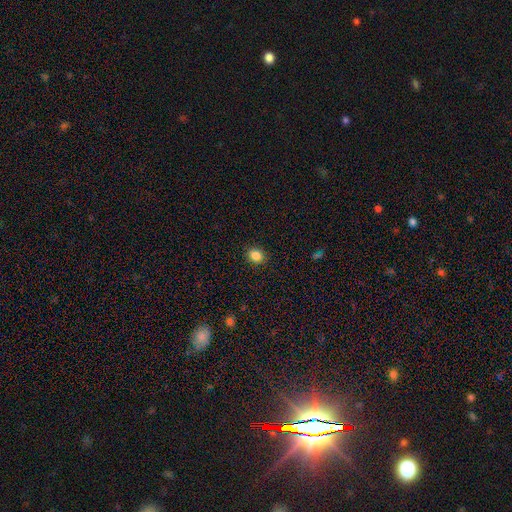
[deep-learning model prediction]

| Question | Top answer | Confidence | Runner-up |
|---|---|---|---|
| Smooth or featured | smooth | 86% | star or artifact (10%) |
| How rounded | round | 53% | in between (46%) |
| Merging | none | 90% | minor disturbance (7%) |